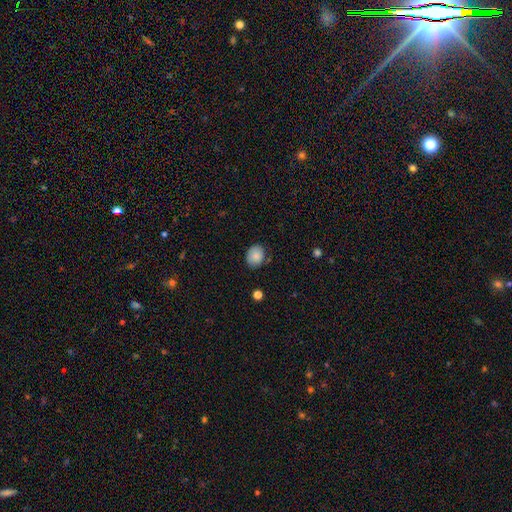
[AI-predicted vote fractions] Overall: smooth (86%). How rounded: in between (50%; round 49%). Merging: none (76%).